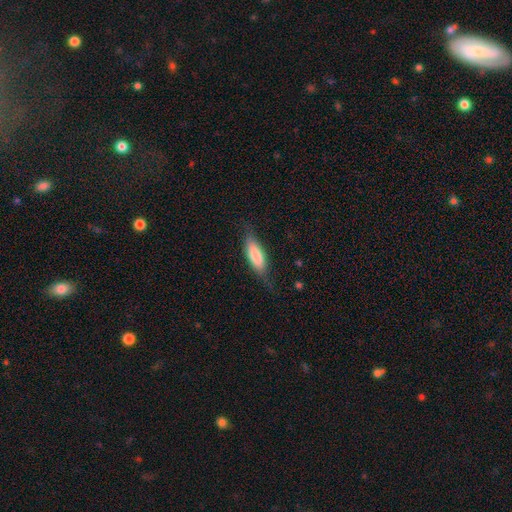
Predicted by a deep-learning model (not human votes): A smooth galaxy with no disk features (76%) that is in between round and cigar-shaped (59%).

Vote fractions:
- Smooth or featured? smooth: 76% / featured or disk: 18% / star or artifact: 6%
- How rounded? in between: 59% / cigar-shaped: 39% / round: 2%
- Merging? none: 71% / minor disturbance: 21% / major disturbance: 7% / merger: 1%